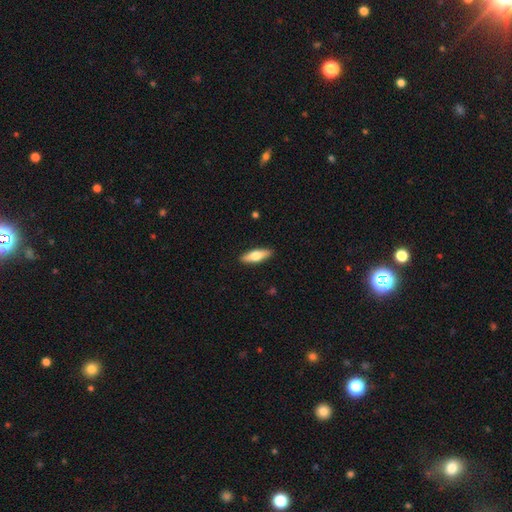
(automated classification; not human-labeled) Q: Smooth or featured?
A: smooth (61%); runner-up: featured or disk (34%)
Q: How rounded?
A: cigar-shaped (49%); runner-up: in between (48%)
Q: Merging?
A: none (90%); runner-up: minor disturbance (7%)